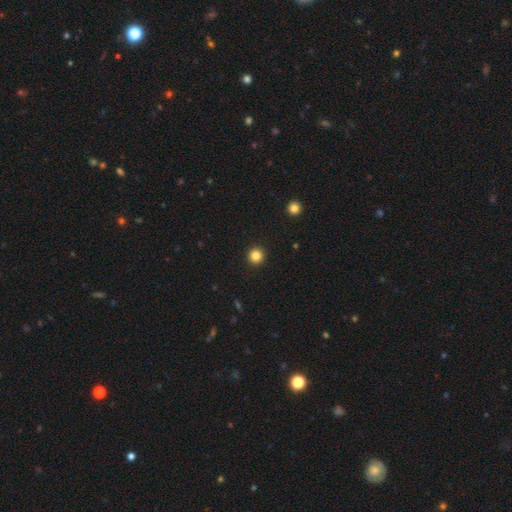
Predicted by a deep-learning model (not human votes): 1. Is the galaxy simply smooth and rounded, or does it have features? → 83% smooth, 12% star or artifact, 5% featured or disk.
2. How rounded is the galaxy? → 96% round, 3% in between, 1% cigar-shaped.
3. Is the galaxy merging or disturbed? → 94% none, 4% minor disturbance, 2% major disturbance, 1% merger.